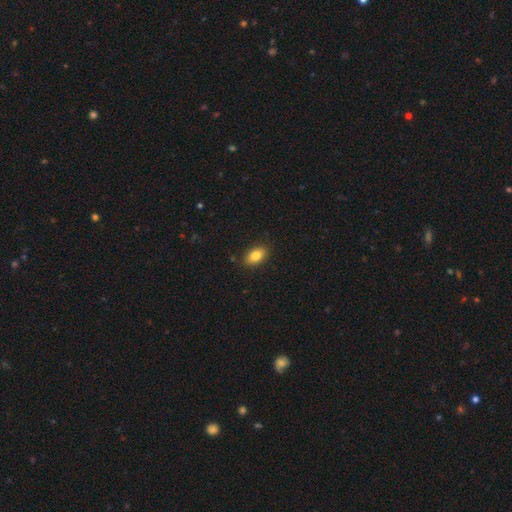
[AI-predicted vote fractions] Smooth or featured?
  - smooth: 83% *
  - featured or disk: 9%
  - star or artifact: 8%
How rounded?
  - in between: 89% *
  - round: 8%
  - cigar-shaped: 3%
Merging?
  - none: 88% *
  - minor disturbance: 9%
  - major disturbance: 2%
  - merger: 1%